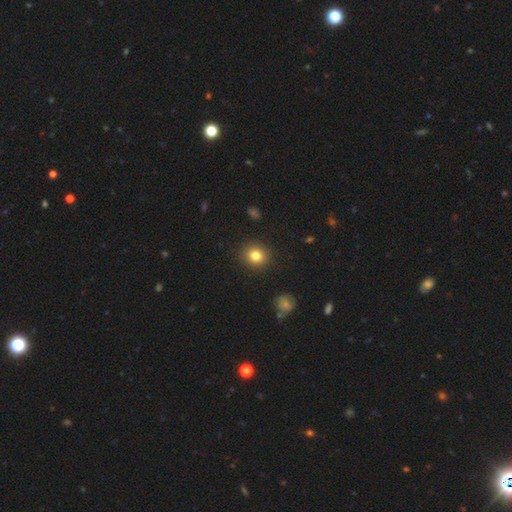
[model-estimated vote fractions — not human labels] This is clearly a smooth galaxy (82%). How rounded: clearly round (82%). Merging: clearly none (90%).